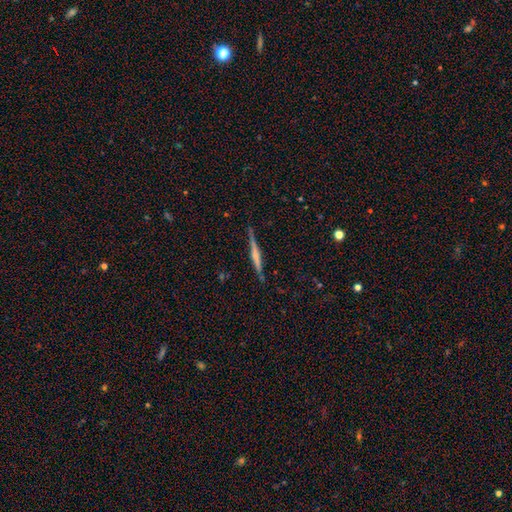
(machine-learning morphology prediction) smooth-or-featured: featured or disk: 67% | smooth: 26% | star or artifact: 7%
  disk-edge-on: yes: 98% | no: 2%
    edge-on-bulge: rounded: 52% | none: 32% | boxy: 16%
  merging: none: 89% | minor disturbance: 8% | major disturbance: 2% | merger: 1%